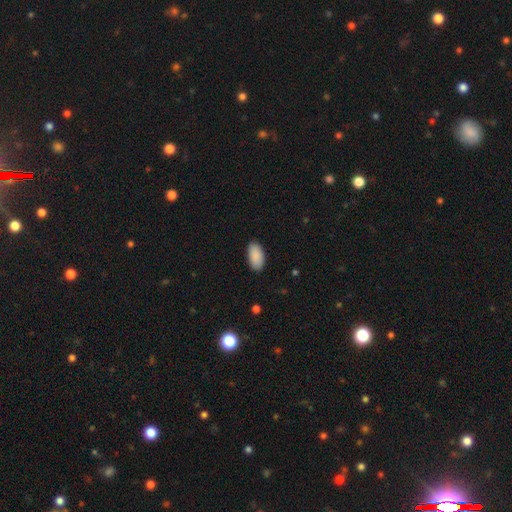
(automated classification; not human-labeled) Smooth or featured? Predicted: smooth (p=0.91). How rounded? Predicted: in between (p=0.96). Merging? Predicted: none (p=0.88).